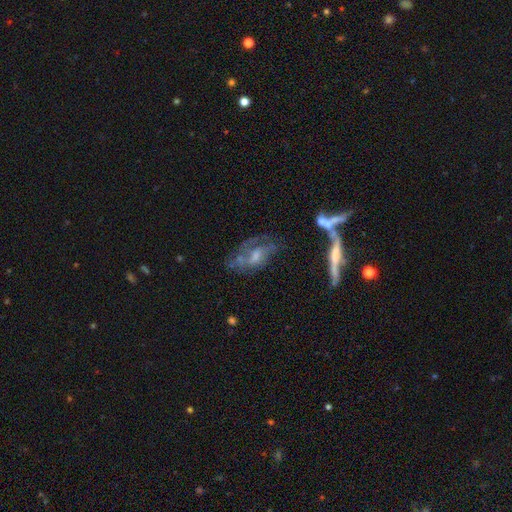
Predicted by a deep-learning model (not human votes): This is likely a featured or disk galaxy (67%). It is clearly not viewed edge-on (82%). Bar: likely no (63%). Spiral arm pattern: possibly yes (58%). Central bulge: marginally moderate (40%). Merging: marginally none (40%).